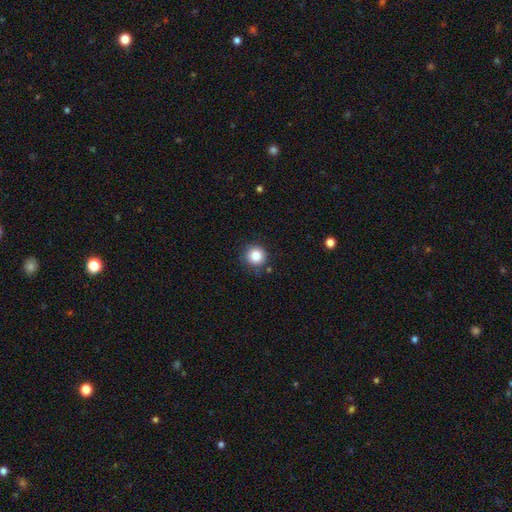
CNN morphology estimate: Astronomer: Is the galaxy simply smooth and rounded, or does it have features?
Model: smooth — 85%.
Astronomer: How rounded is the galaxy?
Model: round — 93%.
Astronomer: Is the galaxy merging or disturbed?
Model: none — 84%.